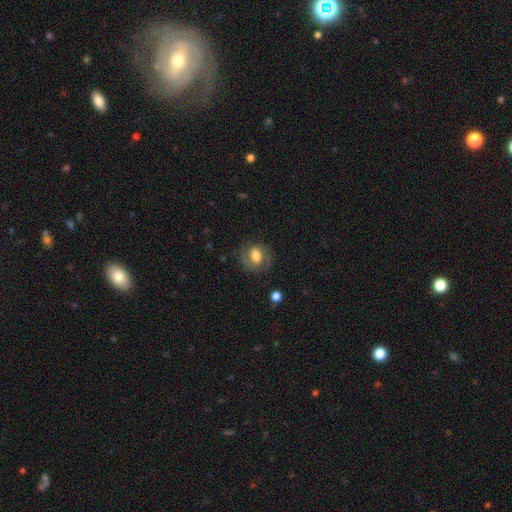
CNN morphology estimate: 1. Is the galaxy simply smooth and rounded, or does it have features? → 53% smooth, 39% featured or disk, 8% star or artifact.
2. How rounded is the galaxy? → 51% in between, 48% round, 1% cigar-shaped.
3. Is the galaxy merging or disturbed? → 68% none, 19% minor disturbance, 12% major disturbance, 1% merger.